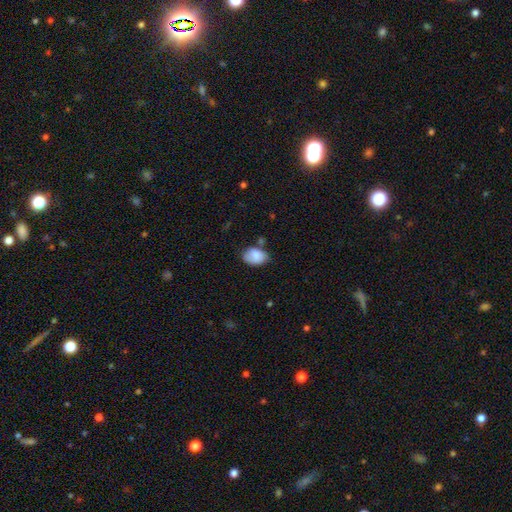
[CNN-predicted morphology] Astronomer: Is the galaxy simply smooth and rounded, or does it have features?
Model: smooth — 84%.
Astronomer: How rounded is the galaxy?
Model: in between — 83%.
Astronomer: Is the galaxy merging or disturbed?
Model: none — 62%.